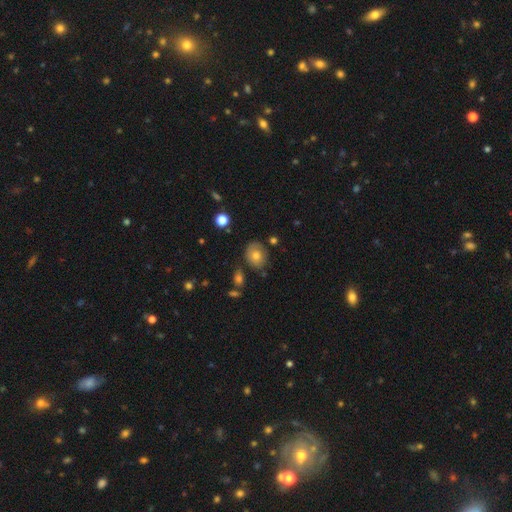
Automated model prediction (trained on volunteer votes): Smooth or featured: smooth — 69% (featured or disk — 20%)
How rounded: round — 52% (in between — 47%)
Merging: none — 75% (minor disturbance — 17%)